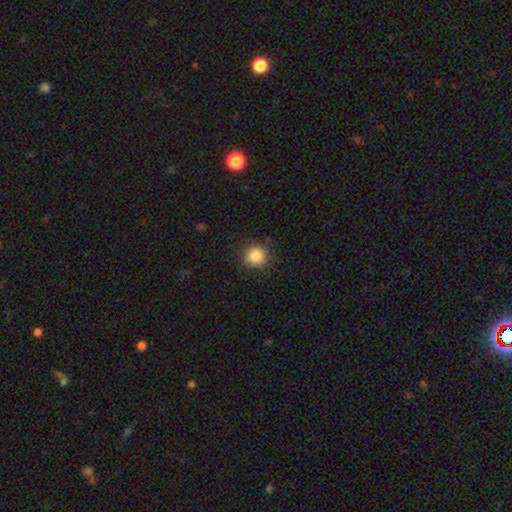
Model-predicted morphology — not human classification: A smooth galaxy with no disk features (85%) that is round (92%). Merging: none (88%).